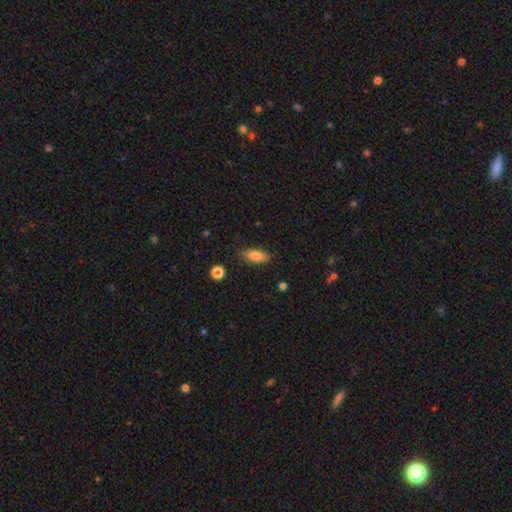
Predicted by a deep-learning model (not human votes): Smooth or featured: smooth — 82% (featured or disk — 10%)
How rounded: in between — 81% (cigar-shaped — 15%)
Merging: none — 84% (minor disturbance — 12%)